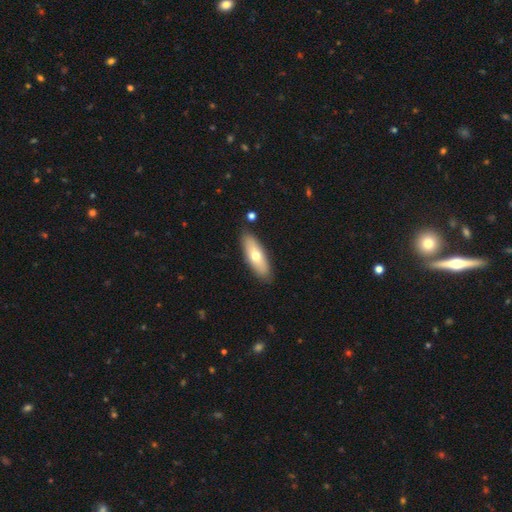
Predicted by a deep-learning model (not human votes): This appears to be a smooth galaxy with no disk features (65%) that is in between round and cigar-shaped (58%). Merging: none (85%).